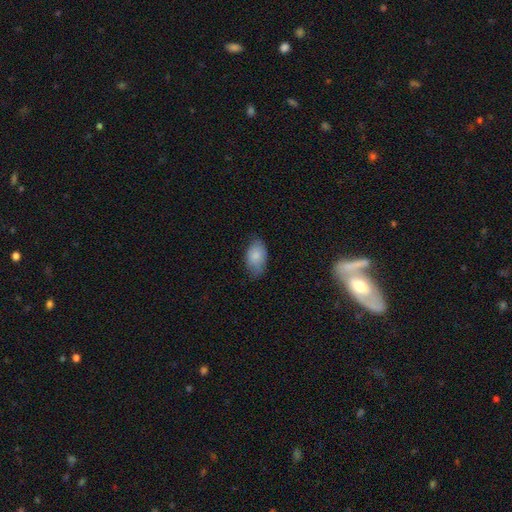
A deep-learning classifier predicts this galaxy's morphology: type=smooth (83%); roundness=in between (92%); merging=none (67%).